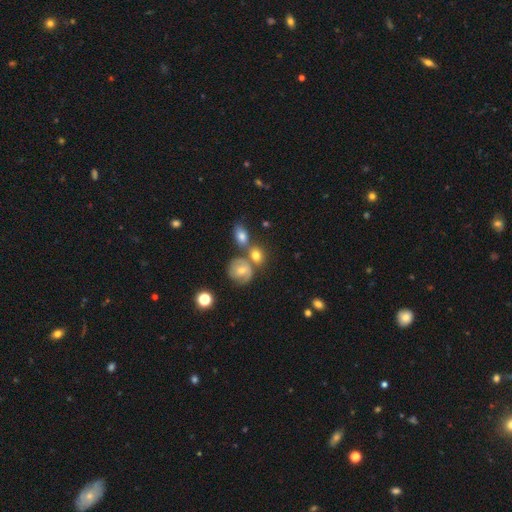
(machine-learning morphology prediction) smooth_or_featured: smooth (p=0.59) [alt: featured or disk p=0.30]
how_rounded: round (p=0.54) [alt: in between p=0.43]
merging: none (p=0.51) [alt: merger p=0.29]